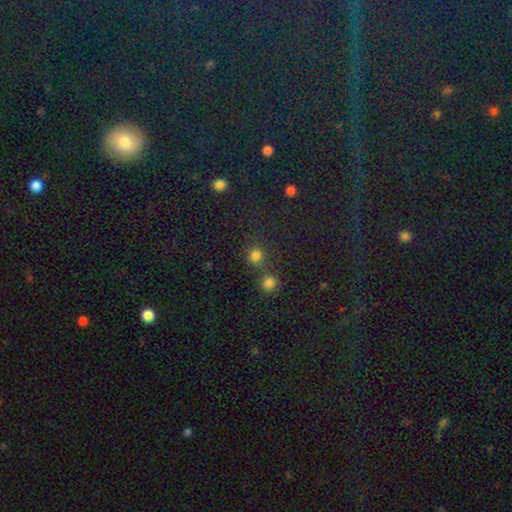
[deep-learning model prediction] A smooth galaxy with no disk features (77%) that is round (90%). Merging: none (61%).